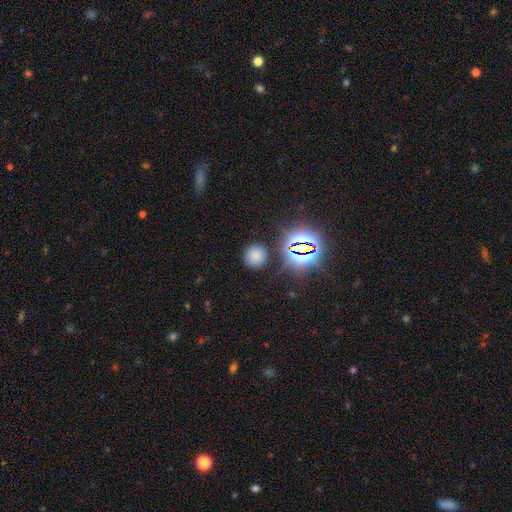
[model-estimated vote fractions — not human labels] A smooth galaxy with no disk features (69%) that is round (91%). Merging: none (85%).